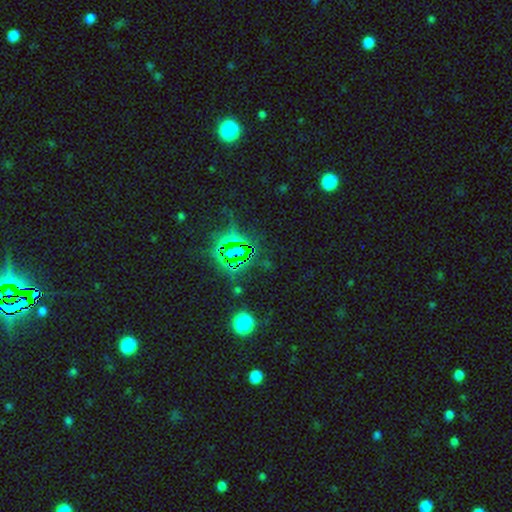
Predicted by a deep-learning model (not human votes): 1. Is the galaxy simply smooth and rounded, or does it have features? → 81% star or artifact, 11% smooth, 7% featured or disk.